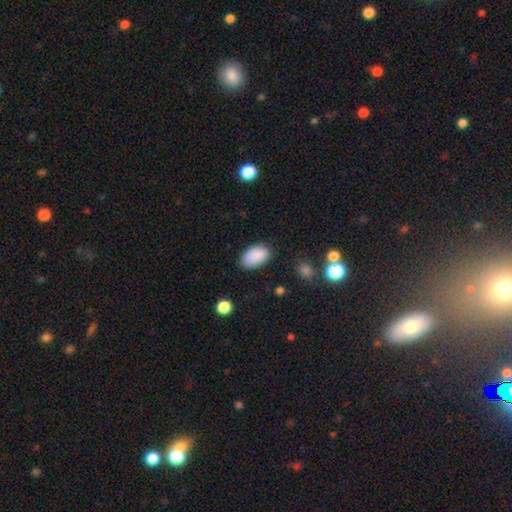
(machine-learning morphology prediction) The model was most divided on "merging": none: 82%, minor disturbance: 13%, major disturbance: 3%, merger: 1%. More confident: how rounded — in between (94%); smooth or featured — smooth (89%).